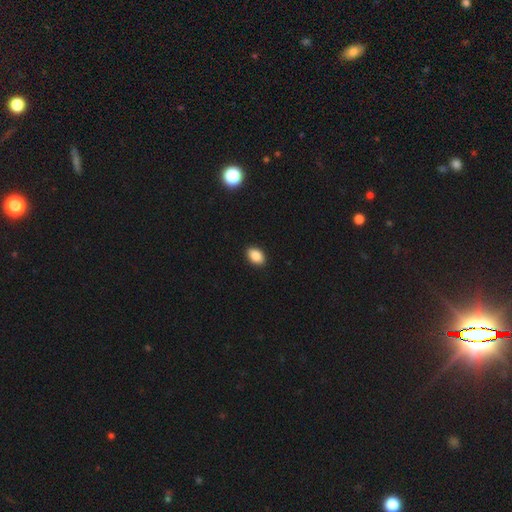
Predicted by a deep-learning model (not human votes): A smooth galaxy with no disk features (88%) that is in between round and cigar-shaped (87%).

Vote fractions:
- Smooth or featured? smooth: 88% / star or artifact: 8% / featured or disk: 4%
- How rounded? in between: 87% / round: 12% / cigar-shaped: 1%
- Merging? none: 91% / minor disturbance: 7% / major disturbance: 2% / merger: 1%